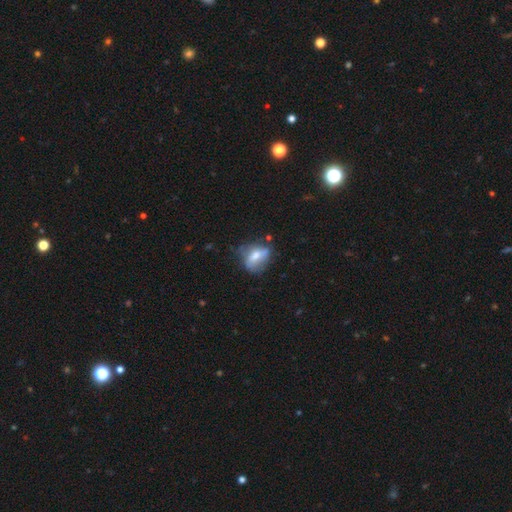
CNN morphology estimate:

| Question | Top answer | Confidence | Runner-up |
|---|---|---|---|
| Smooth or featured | smooth | 51% | featured or disk (40%) |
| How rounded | in between | 66% | round (27%) |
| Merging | none | 46% | minor disturbance (31%) |